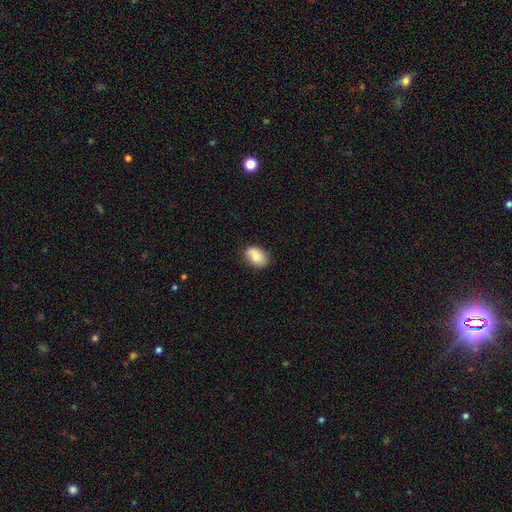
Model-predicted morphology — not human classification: Q: Smooth or featured?
A: smooth (83%); runner-up: featured or disk (10%)
Q: How rounded?
A: in between (79%); runner-up: round (20%)
Q: Merging?
A: none (74%); runner-up: minor disturbance (20%)